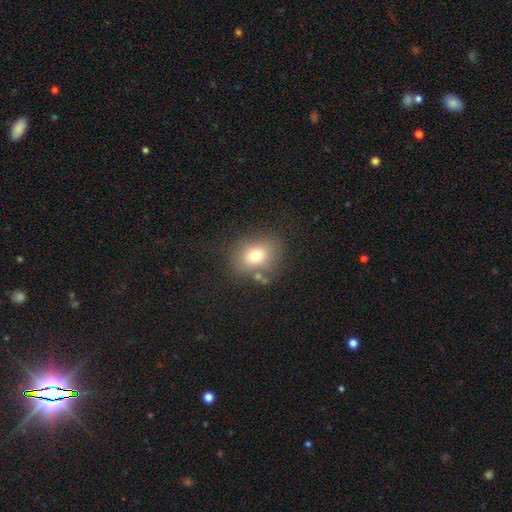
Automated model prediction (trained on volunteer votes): Morphology: type=smooth (73%); roundness=in between (51%); merging=none (75%).